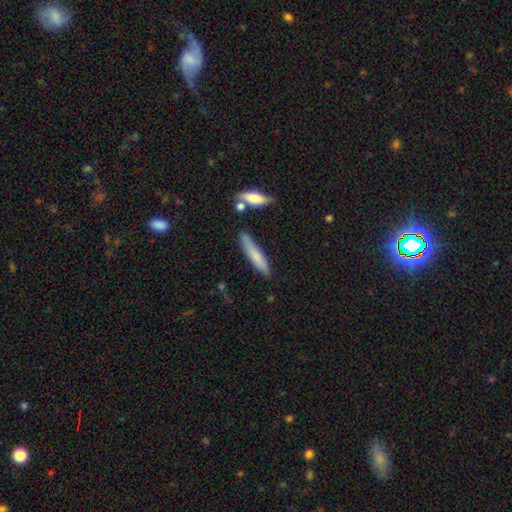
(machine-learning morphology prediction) Overall: smooth (74%). How rounded: cigar-shaped (87%). Merging: none (78%).